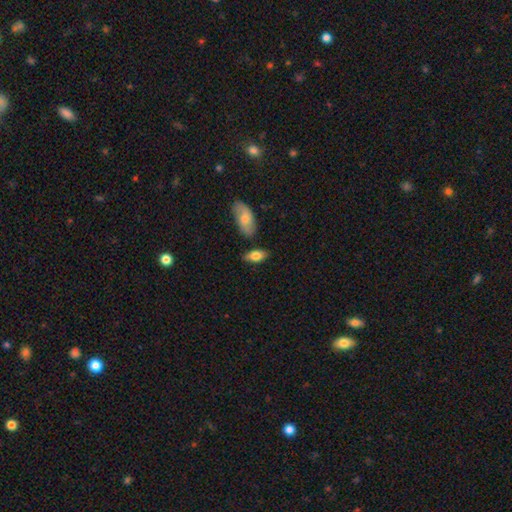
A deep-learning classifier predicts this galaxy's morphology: Smooth or featured? smooth (78%)
How rounded? in between (89%)
Merging? none (70%)